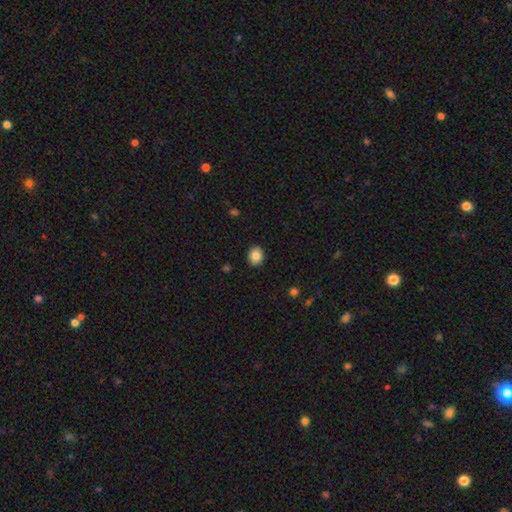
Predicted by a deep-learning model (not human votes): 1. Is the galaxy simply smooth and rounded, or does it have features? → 85% smooth, 9% star or artifact, 6% featured or disk.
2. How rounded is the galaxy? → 66% round, 33% in between, 1% cigar-shaped.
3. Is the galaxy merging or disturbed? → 90% none, 7% minor disturbance, 2% major disturbance, 1% merger.